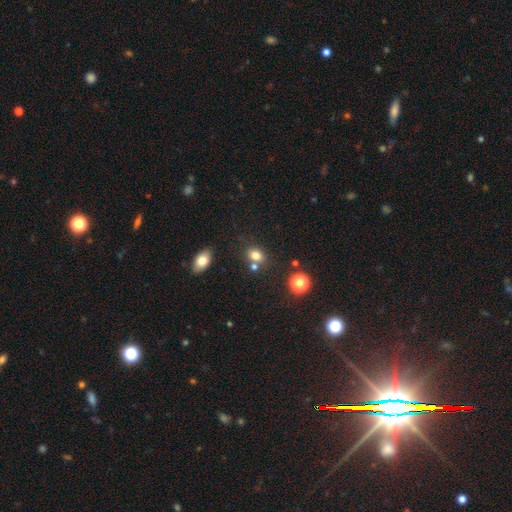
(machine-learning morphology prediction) smooth_or_featured: smooth (p=0.78) [alt: star or artifact p=0.14]
how_rounded: in between (p=0.60) [alt: round p=0.39]
merging: none (p=0.62) [alt: merger p=0.21]